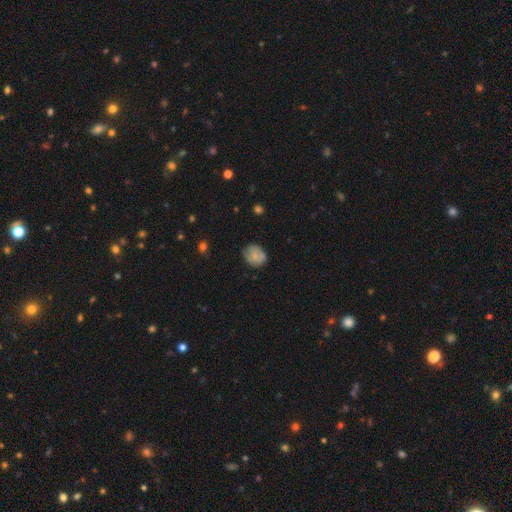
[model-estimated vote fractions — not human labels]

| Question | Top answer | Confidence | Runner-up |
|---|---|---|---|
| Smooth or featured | smooth | 68% | featured or disk (23%) |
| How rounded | round | 66% | in between (33%) |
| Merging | none | 67% | minor disturbance (24%) |